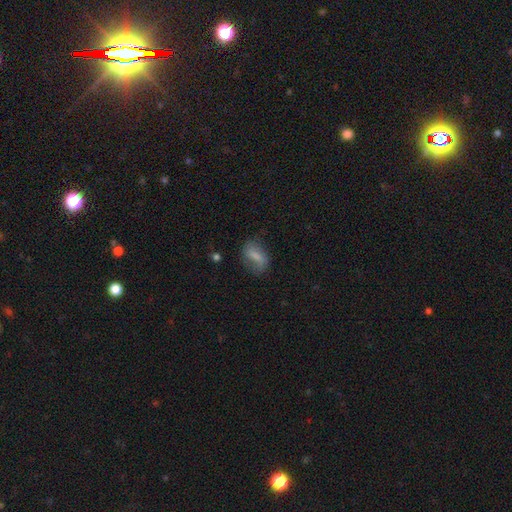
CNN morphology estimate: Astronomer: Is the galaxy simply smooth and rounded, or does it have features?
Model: smooth — 64%.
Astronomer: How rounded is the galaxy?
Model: in between — 77%.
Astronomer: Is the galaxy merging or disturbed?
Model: none — 66%.